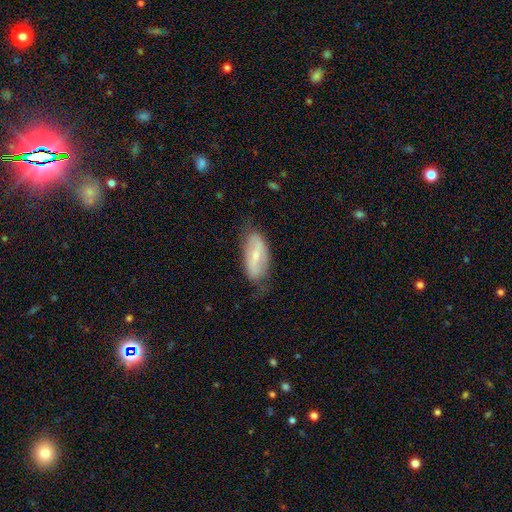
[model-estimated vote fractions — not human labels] Q: Smooth or featured?
A: featured or disk (60%); runner-up: smooth (34%)
Q: Edge-on disk?
A: no (86%); runner-up: yes (14%)
Q: Bar?
A: strong (53%); runner-up: weak (30%)
Q: Spiral arms?
A: yes (56%); runner-up: no (44%)
Q: Bulge size?
A: small (62%); runner-up: moderate (34%)
Q: Merging?
A: none (65%); runner-up: minor disturbance (25%)